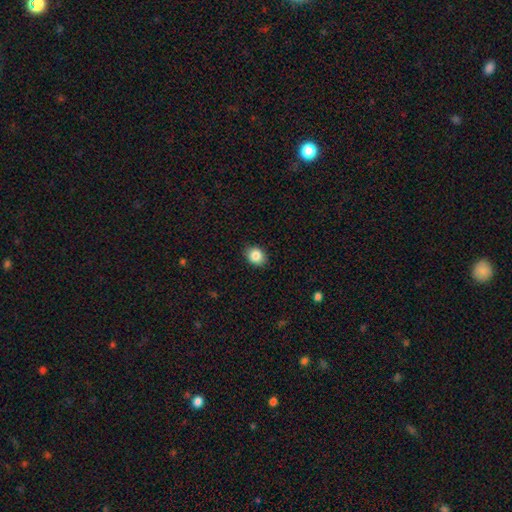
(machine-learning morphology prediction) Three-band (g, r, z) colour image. It shows a smooth galaxy with no disk features (85%) that is round (53%). Merging: none (88%).